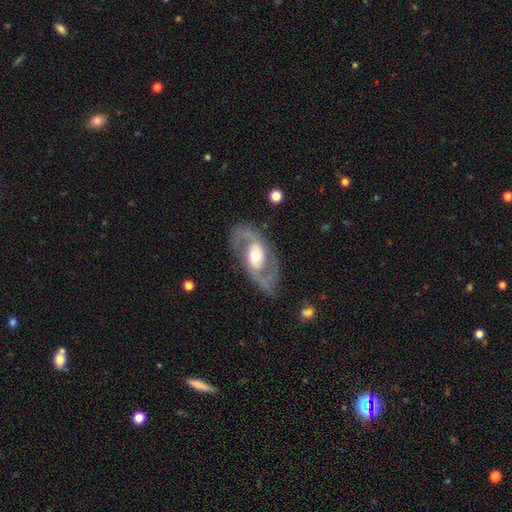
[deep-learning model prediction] smooth_or_featured: featured or disk (p=0.86) [alt: smooth p=0.09]
disk_edge_on: no (p=0.95) [alt: yes p=0.05]
bar: no (p=0.49) [alt: weak p=0.34]
has_spiral_arms: yes (p=0.90) [alt: no p=0.10]
spiral_winding: medium (p=0.55) [alt: loose p=0.27]
spiral_arm_count: 2 (p=0.92) [alt: can't tell p=0.03]
bulge_size: moderate (p=0.67) [alt: large p=0.18]
merging: none (p=0.80) [alt: minor disturbance p=0.12]